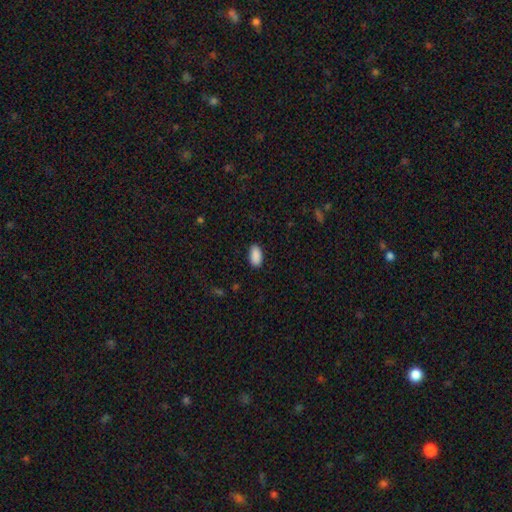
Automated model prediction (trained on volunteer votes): smooth-or-featured: smooth: 91% | star or artifact: 7% | featured or disk: 3%
  how-rounded: in between: 94% | cigar-shaped: 3% | round: 3%
  merging: none: 89% | minor disturbance: 8% | major disturbance: 2% | merger: 1%